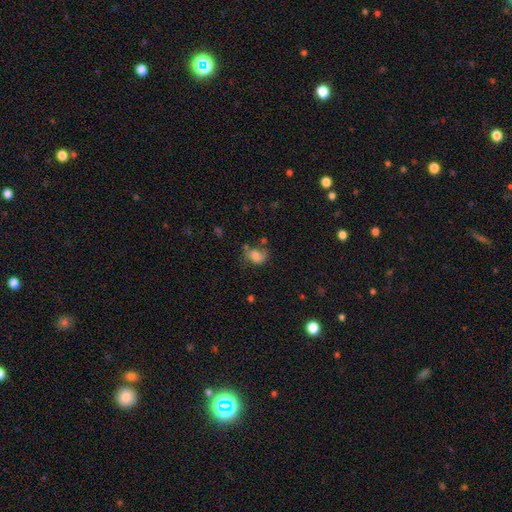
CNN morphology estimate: smooth-or-featured: smooth: 61% | featured or disk: 28% | star or artifact: 11%
  how-rounded: in between: 61% | round: 38% | cigar-shaped: 1%
  merging: none: 46% | minor disturbance: 29% | major disturbance: 18% | merger: 8%